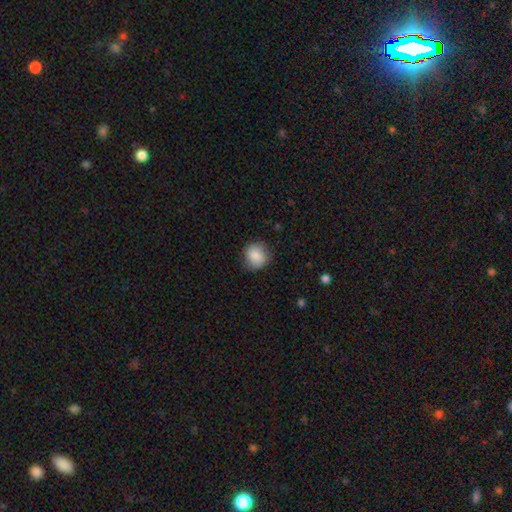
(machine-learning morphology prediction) This is clearly a smooth galaxy (85%). How rounded: clearly round (85%). Merging: likely none (78%).